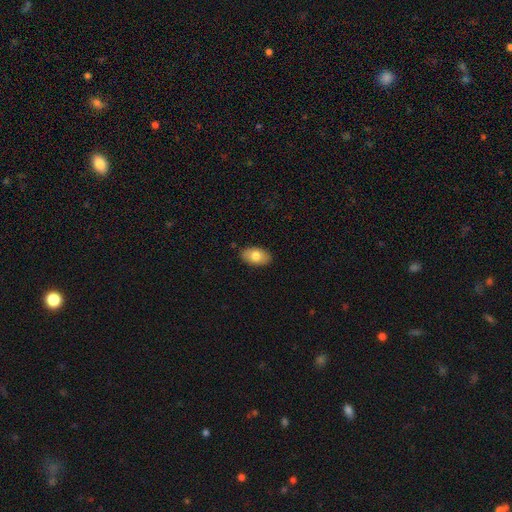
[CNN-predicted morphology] This appears to be a smooth galaxy with no disk features (78%) that is in between round and cigar-shaped (93%). Merging: none (88%).